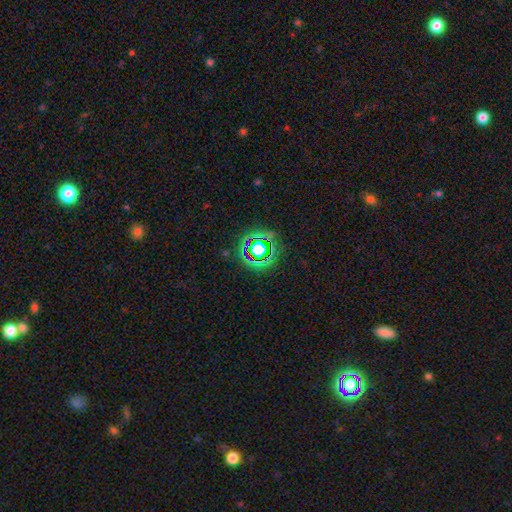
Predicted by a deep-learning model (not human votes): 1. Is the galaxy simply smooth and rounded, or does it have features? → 62% star or artifact, 24% smooth, 13% featured or disk.